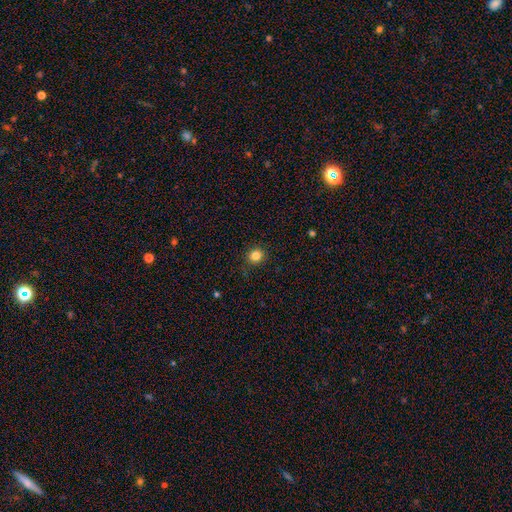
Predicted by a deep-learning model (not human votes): Morphology: type=smooth (83%); roundness=round (89%); merging=none (89%).